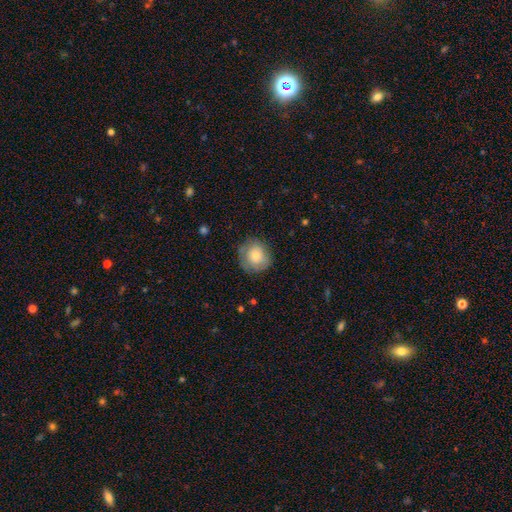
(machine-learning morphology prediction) Overall: smooth (74%). How rounded: round (86%). Merging: none (73%).